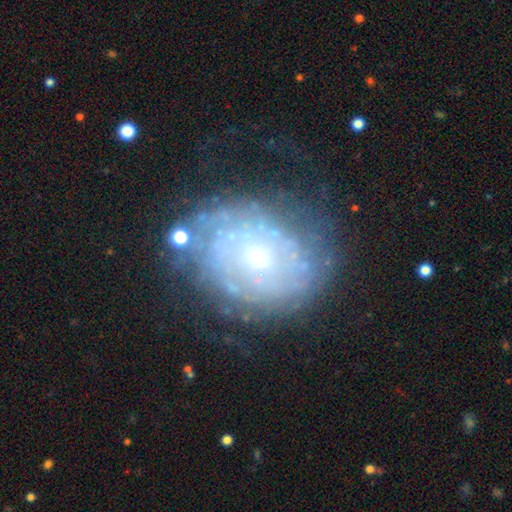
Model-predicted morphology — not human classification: type=featured or disk (72%); edge-on=no (96%); bar=no (81%); spiral arms=yes (71%); bulge=small (61%); merging=none (66%).